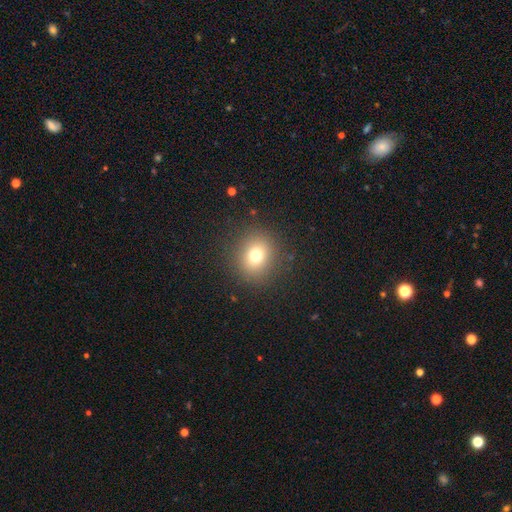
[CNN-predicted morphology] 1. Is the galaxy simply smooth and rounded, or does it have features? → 74% smooth, 16% star or artifact, 10% featured or disk.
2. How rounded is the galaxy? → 83% round, 16% in between, 1% cigar-shaped.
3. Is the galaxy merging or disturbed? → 88% none, 7% minor disturbance, 4% major disturbance, 1% merger.